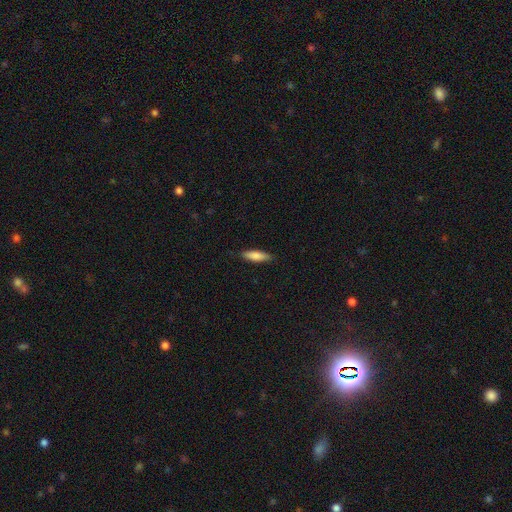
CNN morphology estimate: Smooth or featured?
  - smooth: 79% *
  - featured or disk: 15%
  - star or artifact: 6%
How rounded?
  - cigar-shaped: 63% *
  - in between: 35%
  - round: 2%
Merging?
  - none: 87% *
  - minor disturbance: 10%
  - major disturbance: 2%
  - merger: 1%